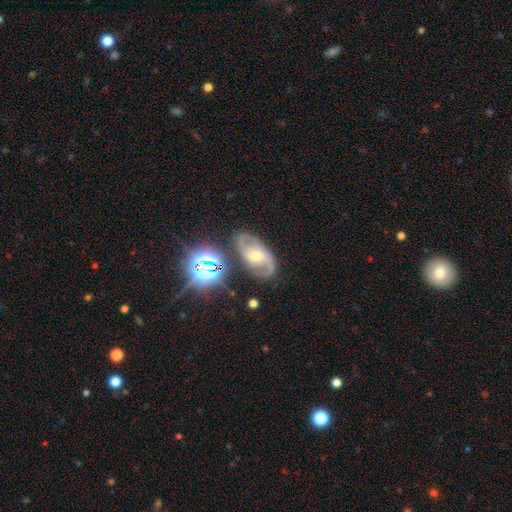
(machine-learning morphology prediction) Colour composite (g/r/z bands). It shows a featured or disk galaxy (80%) with no bar (54%), 2 (88%) medium (53%) spiral arms (95%) and a moderate central bulge (64%). Merging: none (76%).